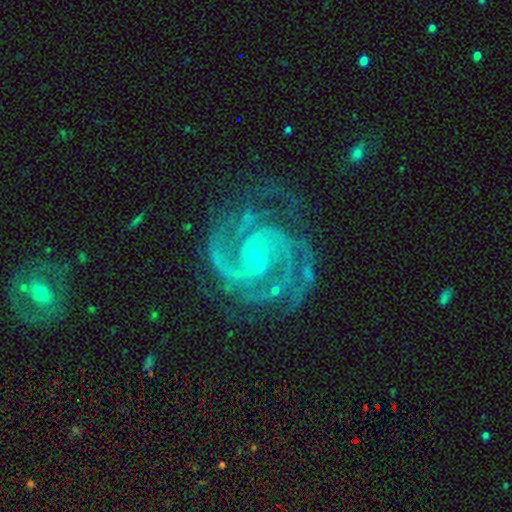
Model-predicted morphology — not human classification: type=featured or disk (92%); edge-on=no (98%); bar=no (68%); spiral arms=yes (99%); winding=tight (57%); arm count=2 (50%); bulge=small (86%); merging=none (71%).